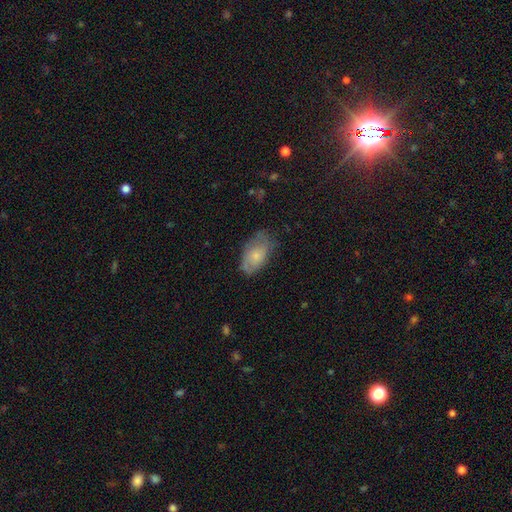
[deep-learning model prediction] Smooth or featured? smooth (63%)
How rounded? in between (92%)
Merging? none (59%)